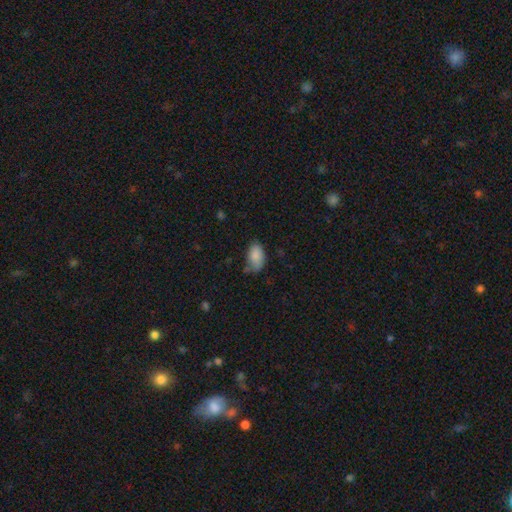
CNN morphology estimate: This appears to be a smooth galaxy with no disk features (86%) that is in between round and cigar-shaped (93%). Merging: none (60%).